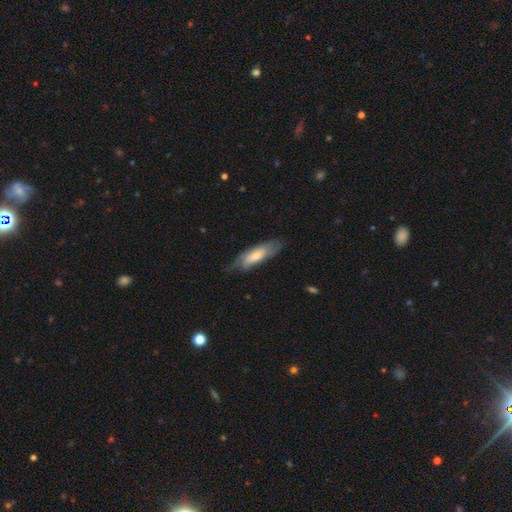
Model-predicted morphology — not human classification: This appears to be a smooth galaxy with no disk features (55%) that is in between round and cigar-shaped (52%). Merging: none (64%).